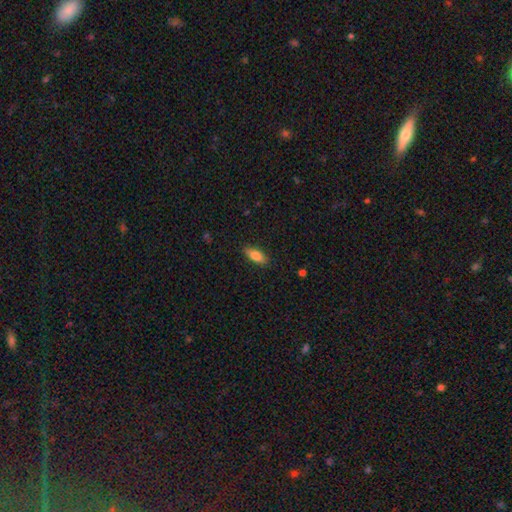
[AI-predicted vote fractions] Smooth or featured: smooth — 83% (featured or disk — 11%)
How rounded: in between — 78% (cigar-shaped — 19%)
Merging: none — 87% (minor disturbance — 10%)